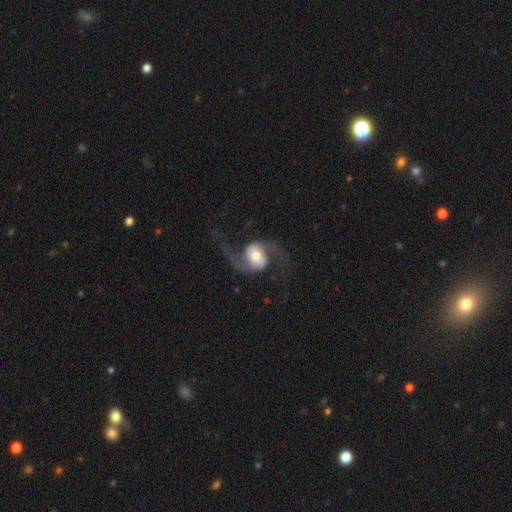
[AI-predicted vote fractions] Q: Smooth or featured?
A: featured or disk (87%); runner-up: smooth (8%)
Q: Edge-on disk?
A: no (97%); runner-up: yes (3%)
Q: Bar?
A: no (49%); runner-up: weak (33%)
Q: Spiral arms?
A: yes (96%); runner-up: no (4%)
Q: Spiral winding?
A: loose (76%); runner-up: medium (20%)
Q: Spiral arm count?
A: 2 (94%); runner-up: 1 (2%)
Q: Bulge size?
A: moderate (59%); runner-up: large (19%)
Q: Merging?
A: none (69%); runner-up: major disturbance (15%)